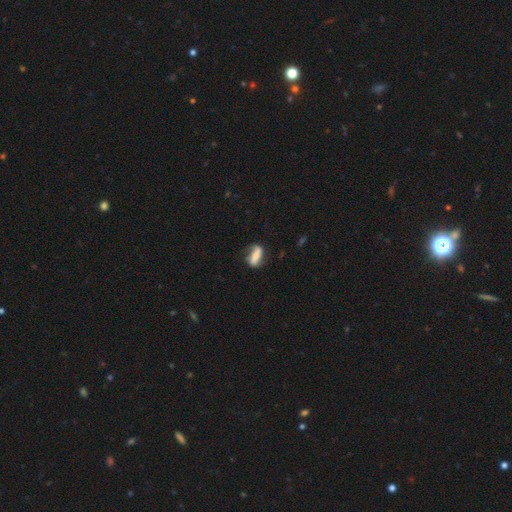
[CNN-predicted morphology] This is possibly a smooth galaxy (52%). How rounded: likely in between (69%). Merging: possibly none (55%).